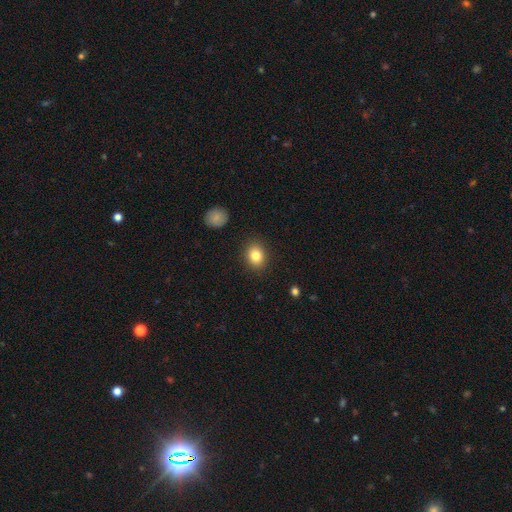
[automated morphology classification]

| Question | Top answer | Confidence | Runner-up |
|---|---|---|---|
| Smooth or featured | smooth | 83% | star or artifact (10%) |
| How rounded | round | 57% | in between (43%) |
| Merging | none | 88% | minor disturbance (8%) |